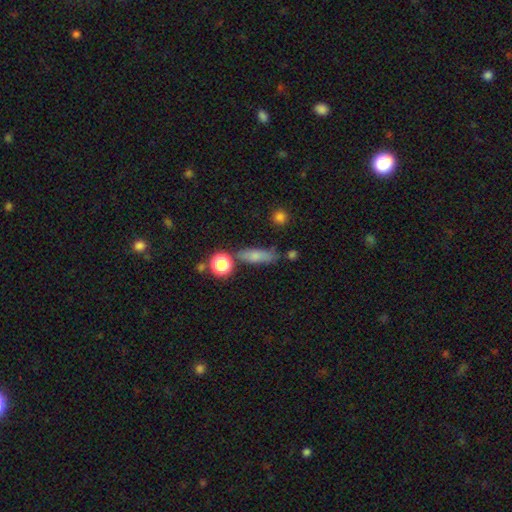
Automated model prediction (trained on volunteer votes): Smooth or featured: smooth — 72% (featured or disk — 16%)
How rounded: cigar-shaped — 46% (tied with in between — 46%)
Merging: none — 70% (minor disturbance — 16%)